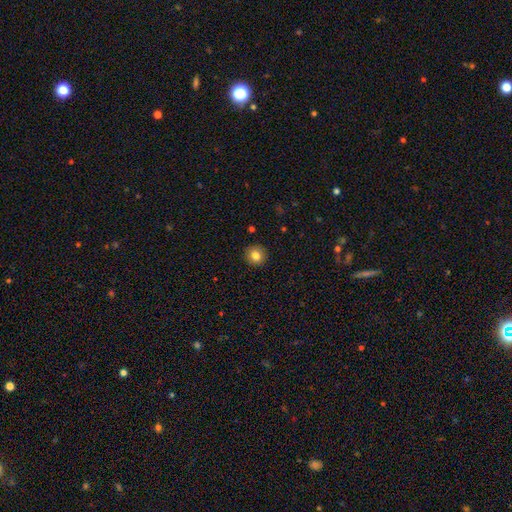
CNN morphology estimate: Smooth or featured?
  - smooth: 83% *
  - star or artifact: 10%
  - featured or disk: 7%
How rounded?
  - round: 92% *
  - in between: 7%
  - cigar-shaped: 1%
Merging?
  - none: 91% *
  - minor disturbance: 6%
  - major disturbance: 2%
  - merger: 1%